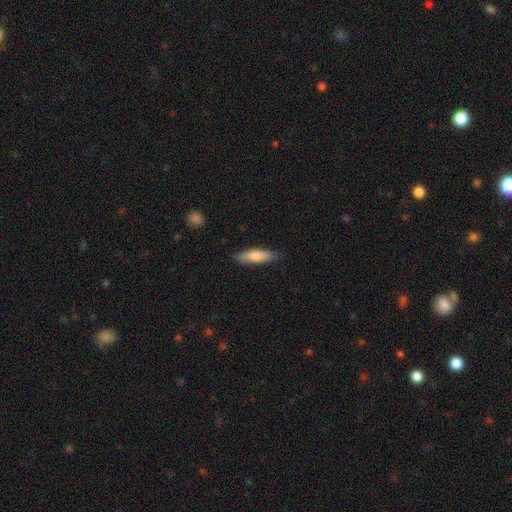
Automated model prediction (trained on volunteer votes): A smooth galaxy with no disk features (73%) that is cigar-shaped (65%). Merging: none (85%).